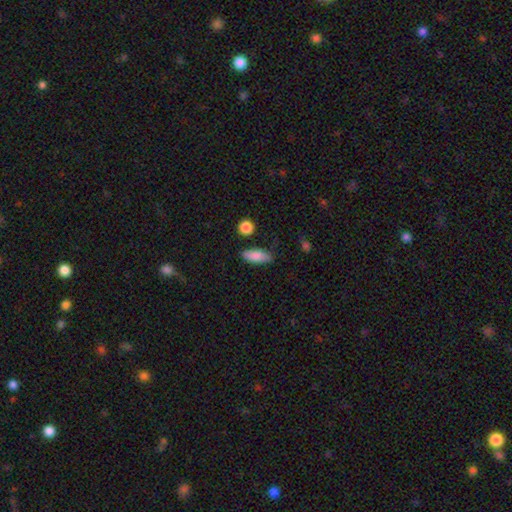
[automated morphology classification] This is clearly a smooth galaxy (81%). How rounded: likely in between (73%). Merging: likely none (79%).